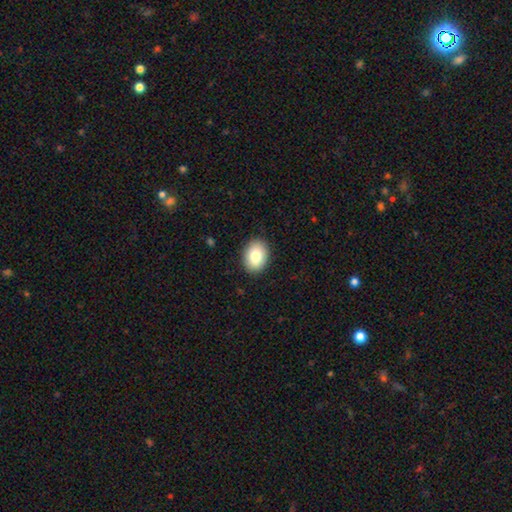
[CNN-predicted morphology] smooth 82%, featured or disk 11%, star or artifact 7%. Down the decision tree: how rounded — in between (71%); merging — none (89%).